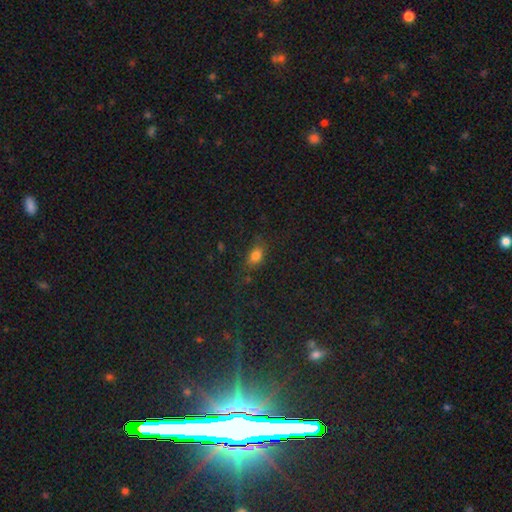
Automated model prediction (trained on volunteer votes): smooth 78%, star or artifact 15%, featured or disk 7%. Down the decision tree: how rounded — in between (78%); merging — none (74%).